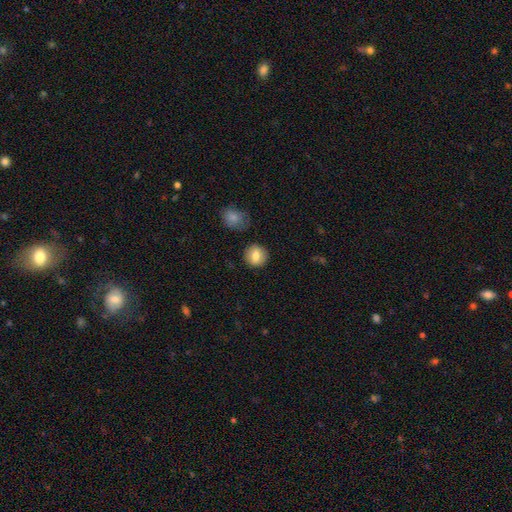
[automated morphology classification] A smooth galaxy with no disk features (79%) that is round (87%).

Vote fractions:
- Smooth or featured? smooth: 79% / featured or disk: 13% / star or artifact: 8%
- How rounded? round: 87% / in between: 12% / cigar-shaped: 1%
- Merging? none: 86% / minor disturbance: 9% / merger: 3% / major disturbance: 2%